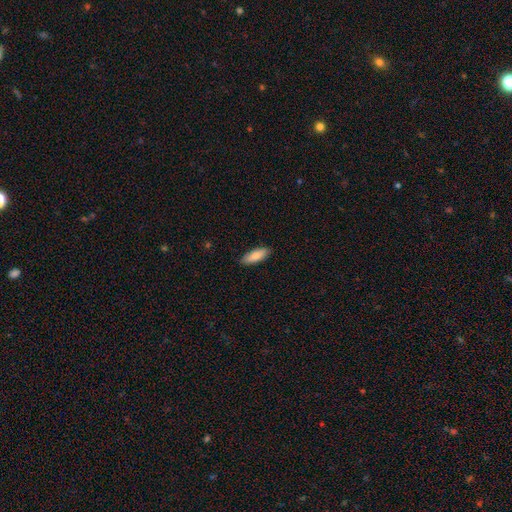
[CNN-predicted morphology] type=smooth (86%); roundness=in between (64%); merging=none (88%).